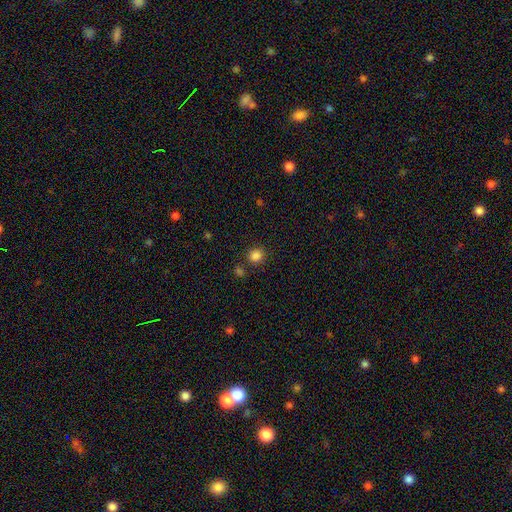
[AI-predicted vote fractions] Smooth or featured? Predicted: smooth (p=0.84). How rounded? Predicted: round (p=0.83). Merging? Predicted: none (p=0.82).